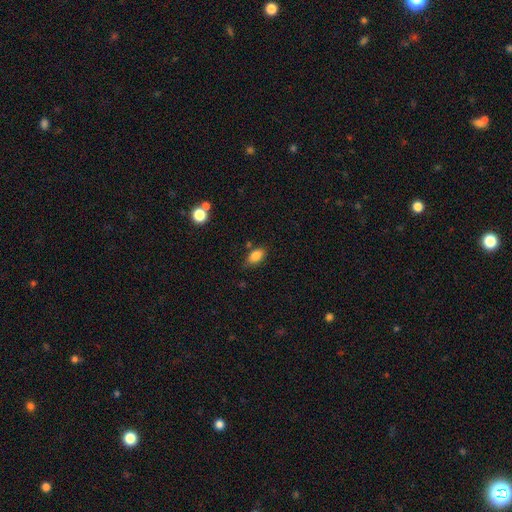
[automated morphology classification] The model was most divided on "merging": none: 70%, minor disturbance: 21%, merger: 5%, major disturbance: 4%. More confident: how rounded — in between (89%); smooth or featured — smooth (85%).